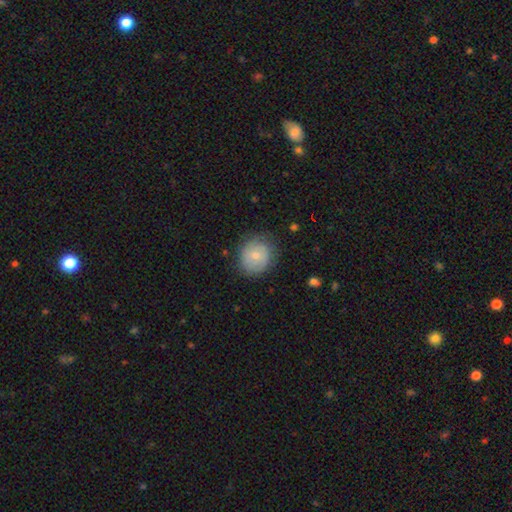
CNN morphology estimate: This is likely a smooth galaxy (67%). How rounded: clearly round (83%). Merging: likely none (76%).